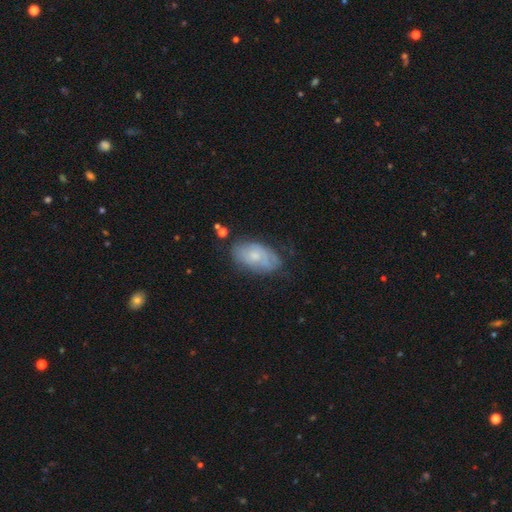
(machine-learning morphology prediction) The model was most divided on "smooth or featured": smooth: 48%, featured or disk: 45%, star or artifact: 8%. More confident: merging — none (64%).